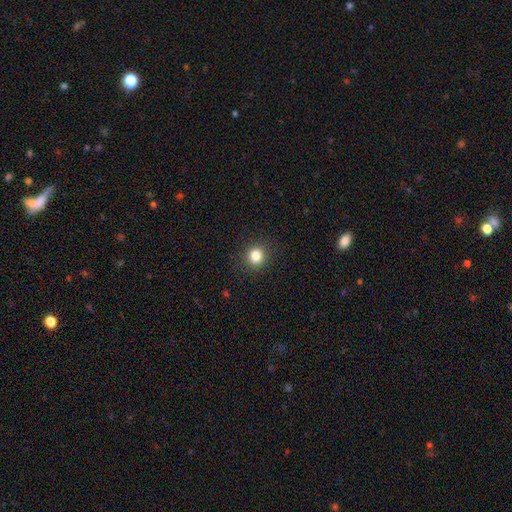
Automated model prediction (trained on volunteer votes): A smooth galaxy with no disk features (83%) that is round (86%). Merging: none (90%).